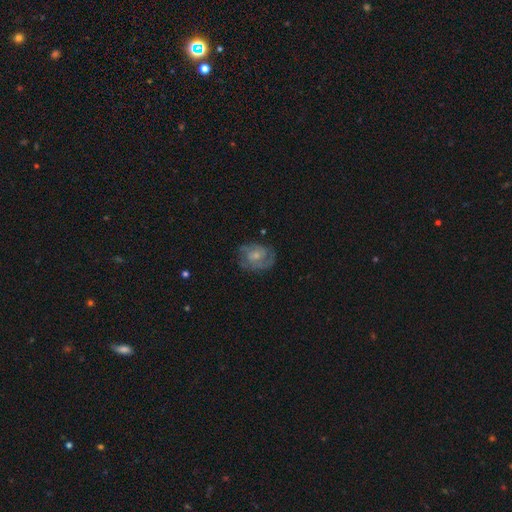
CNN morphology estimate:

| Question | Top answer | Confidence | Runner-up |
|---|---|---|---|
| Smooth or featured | featured or disk | 72% | smooth (21%) |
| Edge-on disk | no | 98% | yes (2%) |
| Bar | no | 63% | weak (33%) |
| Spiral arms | yes | 89% | no (11%) |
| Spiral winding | tight | 44% | medium (43%) |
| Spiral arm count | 2 | 56% | can't tell (22%) |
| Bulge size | small | 56% | moderate (31%) |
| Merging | none | 70% | minor disturbance (19%) |